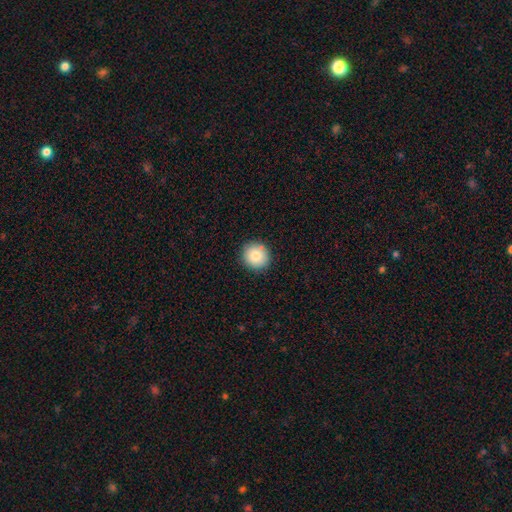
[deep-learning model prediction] A smooth galaxy with no disk features (84%) that is round (90%).

Vote fractions:
- Smooth or featured? smooth: 84% / star or artifact: 9% / featured or disk: 7%
- How rounded? round: 90% / in between: 9% / cigar-shaped: 1%
- Merging? none: 89% / minor disturbance: 8% / major disturbance: 2% / merger: 1%